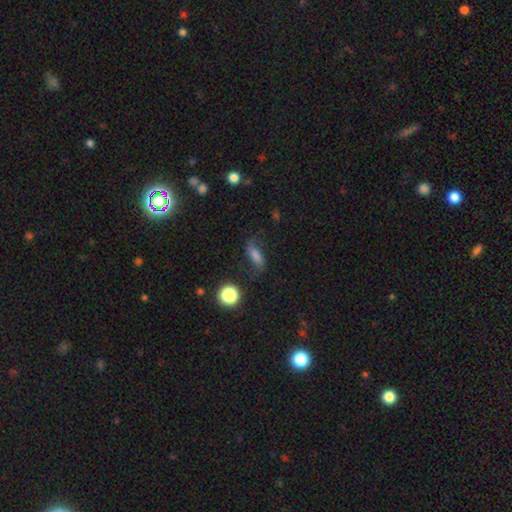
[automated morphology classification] smooth 58%, featured or disk 28%, star or artifact 14%. Down the decision tree: how rounded — in between (65%); merging — none (60%).